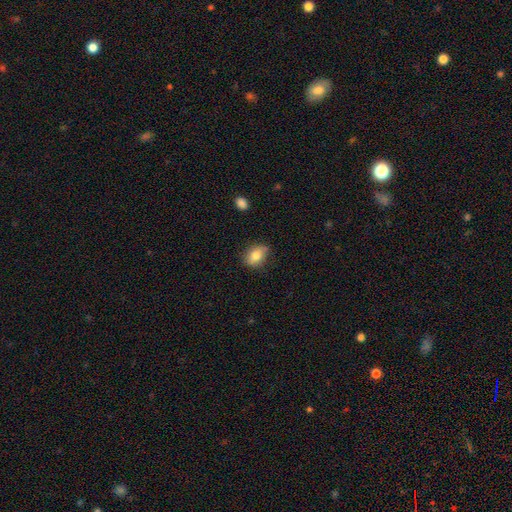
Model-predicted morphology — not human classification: Smooth or featured? Predicted: smooth (p=0.80). How rounded? Predicted: in between (p=0.71). Merging? Predicted: none (p=0.70).